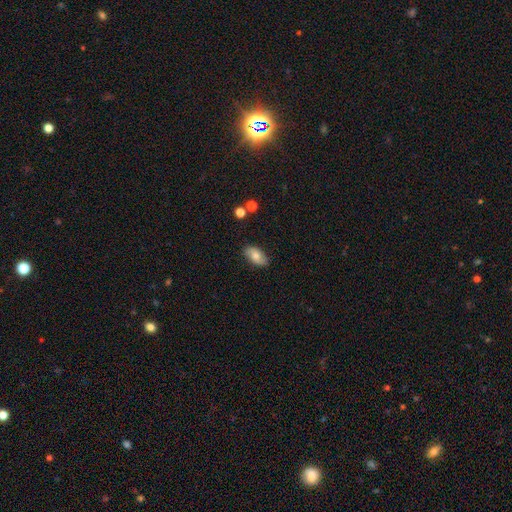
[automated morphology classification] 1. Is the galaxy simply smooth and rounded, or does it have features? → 69% smooth, 24% featured or disk, 7% star or artifact.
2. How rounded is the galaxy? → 92% in between, 5% round, 3% cigar-shaped.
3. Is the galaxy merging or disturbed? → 83% none, 14% minor disturbance, 2% major disturbance, 1% merger.